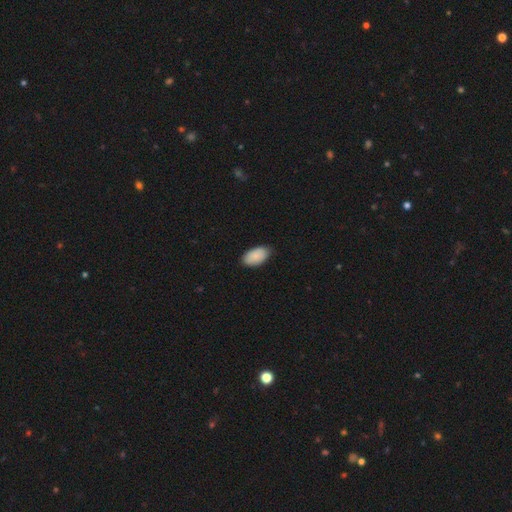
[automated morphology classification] A smooth galaxy with no disk features (89%) that is in between round and cigar-shaped (95%).

Vote fractions:
- Smooth or featured? smooth: 89% / star or artifact: 6% / featured or disk: 5%
- How rounded? in between: 95% / round: 3% / cigar-shaped: 2%
- Merging? none: 84% / minor disturbance: 13% / major disturbance: 2% / merger: 1%